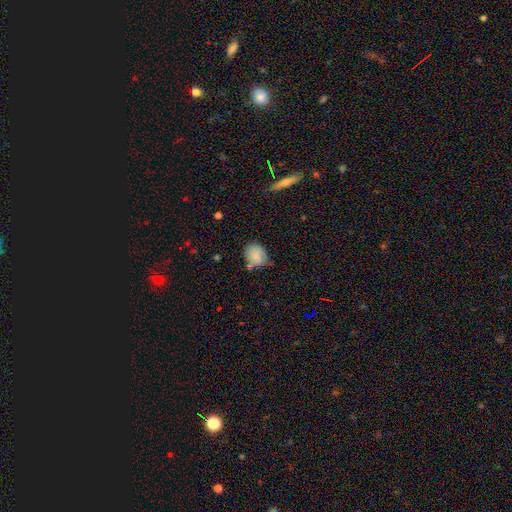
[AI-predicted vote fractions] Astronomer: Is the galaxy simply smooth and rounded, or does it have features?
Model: smooth — 82%.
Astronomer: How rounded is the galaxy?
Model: round — 54% (runner-up: in between, 45%).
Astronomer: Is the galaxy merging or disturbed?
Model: none — 58%.